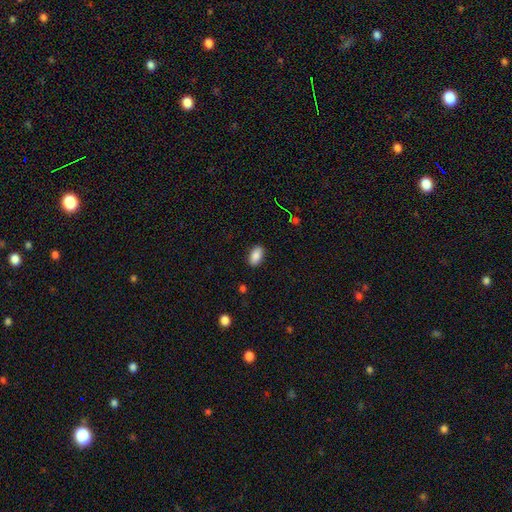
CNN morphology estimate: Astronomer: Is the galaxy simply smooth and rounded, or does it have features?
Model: smooth — 87%.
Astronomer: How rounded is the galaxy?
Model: in between — 93%.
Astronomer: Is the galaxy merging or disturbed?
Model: none — 88%.